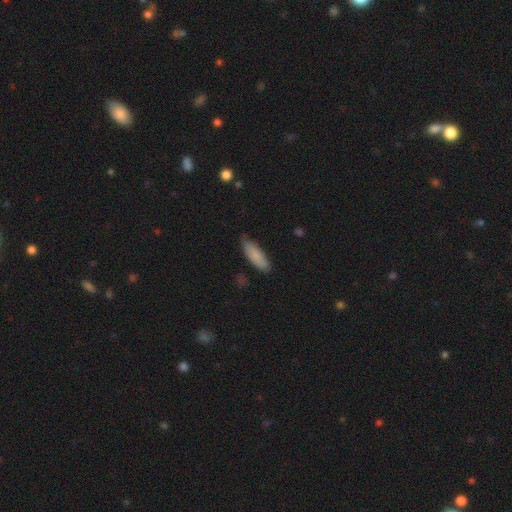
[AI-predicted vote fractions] smooth-or-featured: smooth: 85% | featured or disk: 9% | star or artifact: 6%
  how-rounded: in between: 54% | cigar-shaped: 45% | round: 2%
  merging: none: 75% | minor disturbance: 21% | major disturbance: 3% | merger: 2%